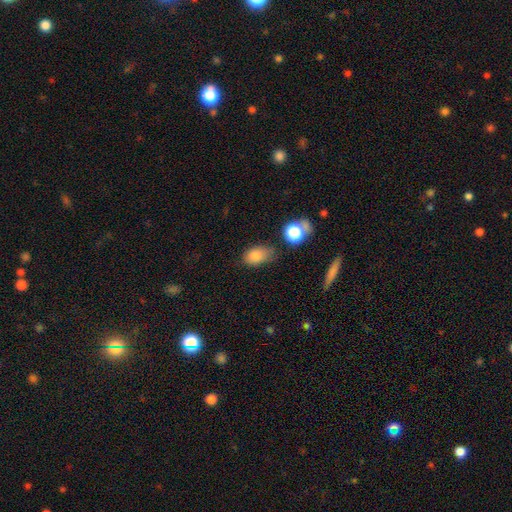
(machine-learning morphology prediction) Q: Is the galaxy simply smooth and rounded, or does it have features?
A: smooth — 81%.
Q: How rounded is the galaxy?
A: in between — 82%.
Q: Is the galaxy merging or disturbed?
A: none — 53%.